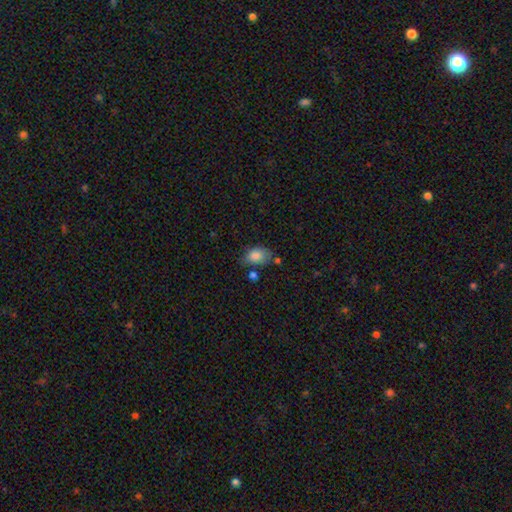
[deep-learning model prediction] Overall: smooth (85%). How rounded: in between (85%). Merging: none (56%; minor disturbance 27%).